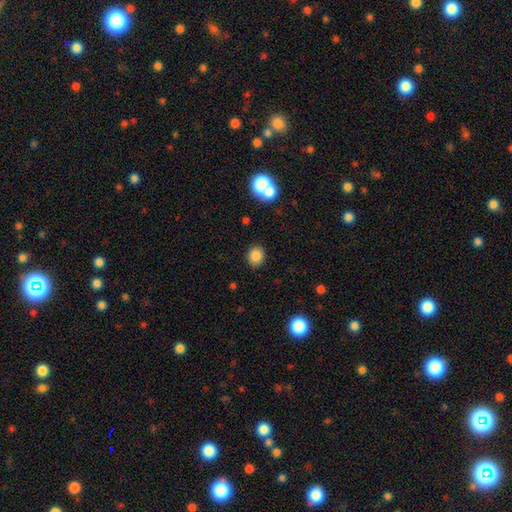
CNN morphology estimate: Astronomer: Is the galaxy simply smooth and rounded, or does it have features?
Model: smooth — 84%.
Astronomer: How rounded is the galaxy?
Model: round — 71%.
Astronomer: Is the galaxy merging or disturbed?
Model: none — 86%.